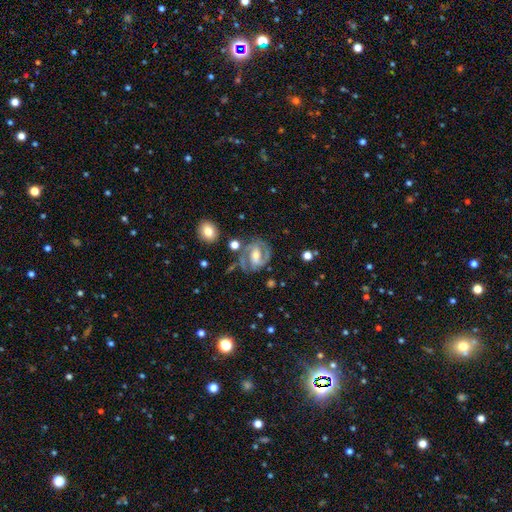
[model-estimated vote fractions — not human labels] This appears to be a featured or disk galaxy (84%) with a weak bar (42%), 2 (84%) medium (50%) spiral arms (94%) and a moderate central bulge (53%). Merging: none (66%).